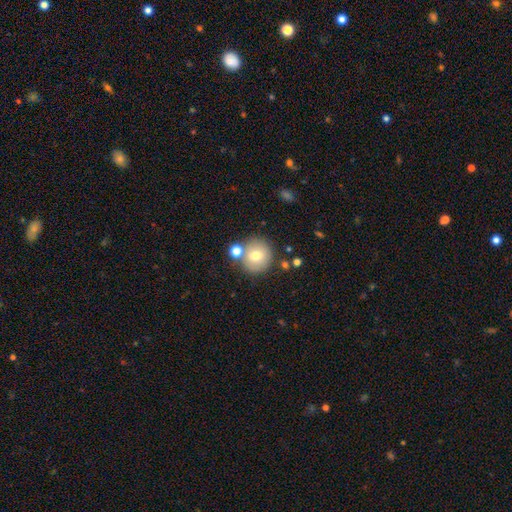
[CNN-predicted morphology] The model was most divided on "merging": none: 69%, merger: 17%, minor disturbance: 10%, major disturbance: 4%. More confident: how rounded — round (91%); smooth or featured — smooth (71%).